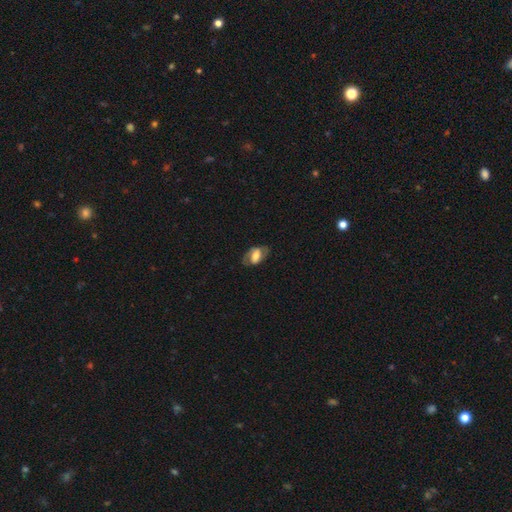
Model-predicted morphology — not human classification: type=smooth (47%); merging=none (70%).